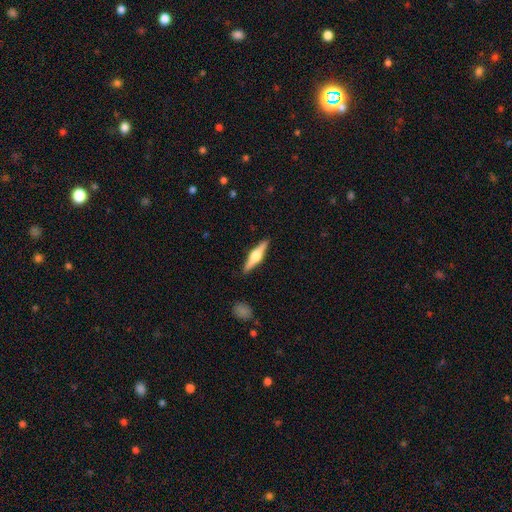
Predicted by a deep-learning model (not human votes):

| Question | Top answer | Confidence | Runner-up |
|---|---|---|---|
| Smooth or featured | featured or disk | 72% | smooth (23%) |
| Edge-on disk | yes | 98% | no (2%) |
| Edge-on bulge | rounded | 93% | boxy (5%) |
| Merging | none | 90% | minor disturbance (7%) |